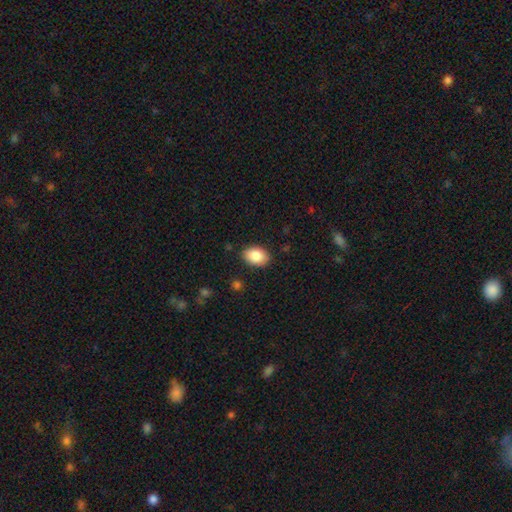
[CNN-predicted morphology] type=smooth (86%); roundness=in between (79%); merging=none (86%).